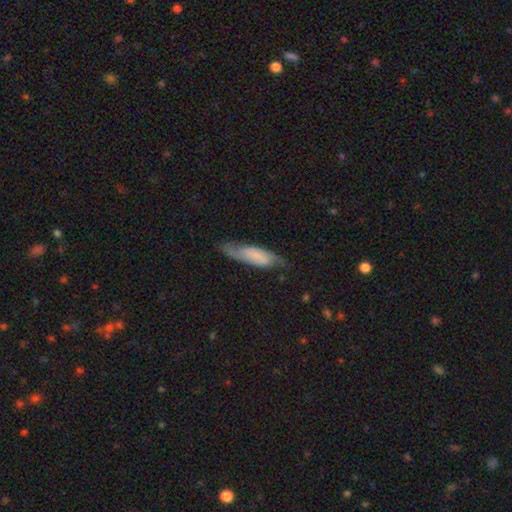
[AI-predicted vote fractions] Smooth or featured: featured or disk — 60% (smooth — 33%)
Edge-on disk: no — 79% (yes — 21%)
Merging: none — 70% (minor disturbance — 20%)